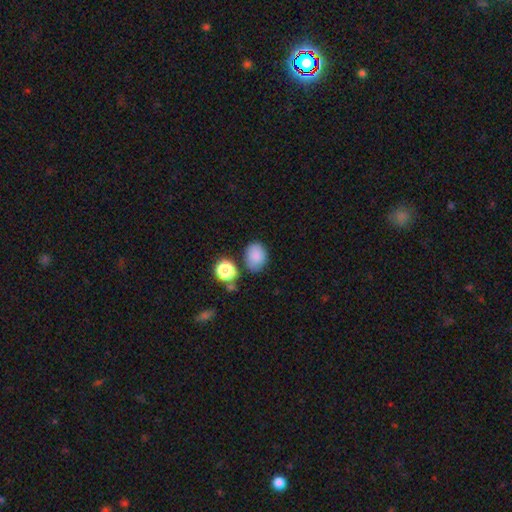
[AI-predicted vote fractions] This is clearly a smooth galaxy (84%). How rounded: likely in between (64%). Merging: likely none (69%).